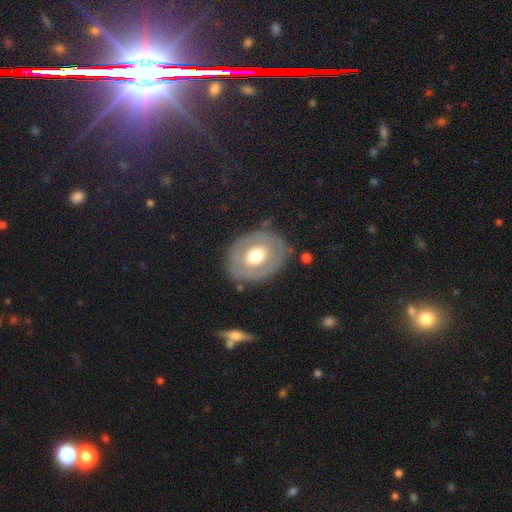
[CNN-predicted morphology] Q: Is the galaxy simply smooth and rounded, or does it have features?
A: featured or disk — 50%.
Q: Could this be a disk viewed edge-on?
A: no — 93%.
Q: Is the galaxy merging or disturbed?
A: none — 76%.